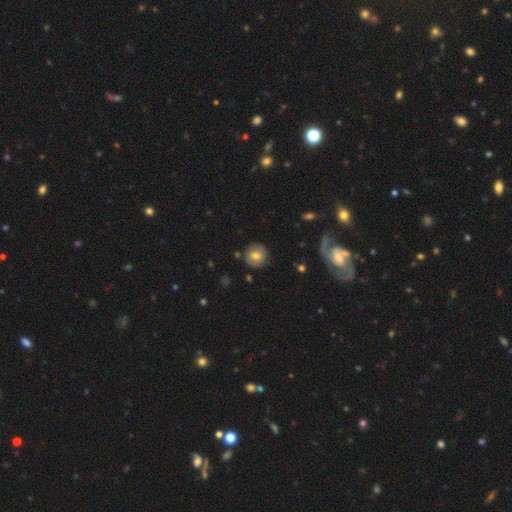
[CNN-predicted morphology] A smooth galaxy with no disk features (68%) that is round (91%).

Vote fractions:
- Smooth or featured? smooth: 68% / featured or disk: 23% / star or artifact: 9%
- How rounded? round: 91% / in between: 8% / cigar-shaped: 1%
- Merging? none: 86% / minor disturbance: 10% / major disturbance: 2% / merger: 2%